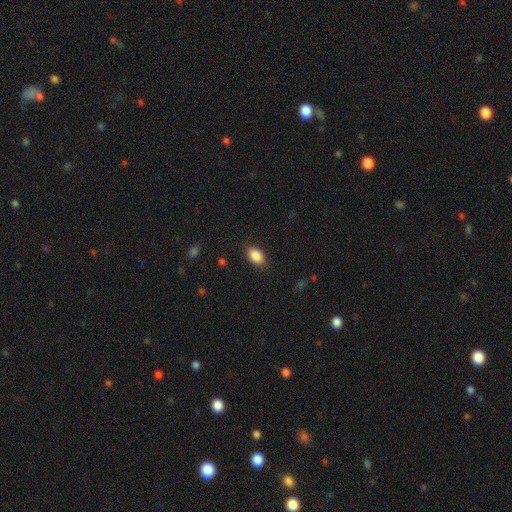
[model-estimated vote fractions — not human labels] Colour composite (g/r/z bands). It shows a smooth galaxy with no disk features (88%) that is in between round and cigar-shaped (91%). Merging: none (86%).